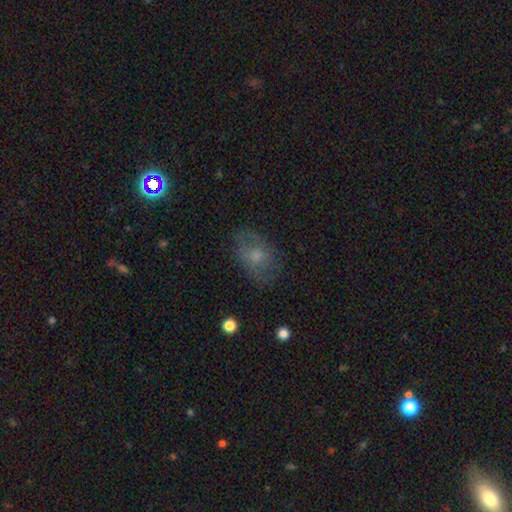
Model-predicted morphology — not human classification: This is possibly a smooth galaxy (56%). How rounded: likely in between (78%). Merging: likely none (69%).